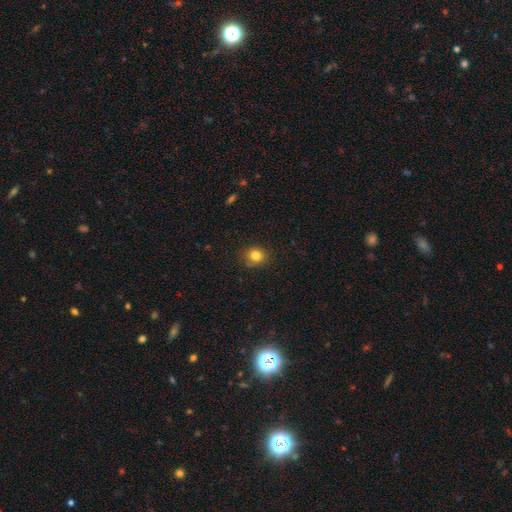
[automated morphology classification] A smooth galaxy with no disk features (81%) that is round (79%).

Vote fractions:
- Smooth or featured? smooth: 81% / star or artifact: 12% / featured or disk: 6%
- How rounded? round: 79% / in between: 20% / cigar-shaped: 1%
- Merging? none: 82% / minor disturbance: 13% / major disturbance: 3% / merger: 2%